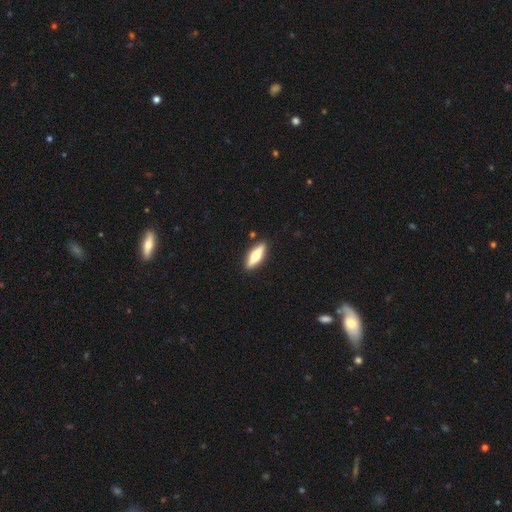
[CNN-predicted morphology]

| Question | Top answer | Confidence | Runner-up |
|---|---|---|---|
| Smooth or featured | featured or disk | 50% | smooth (45%) |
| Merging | none | 89% | minor disturbance (8%) |